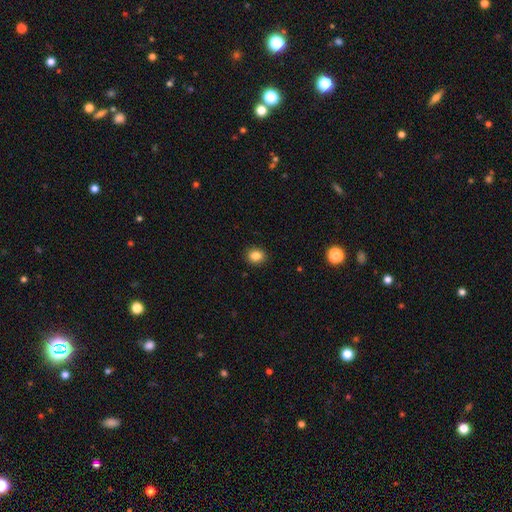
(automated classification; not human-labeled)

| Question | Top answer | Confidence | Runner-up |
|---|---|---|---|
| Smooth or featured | smooth | 85% | star or artifact (10%) |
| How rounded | round | 65% | in between (34%) |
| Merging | none | 91% | minor disturbance (7%) |